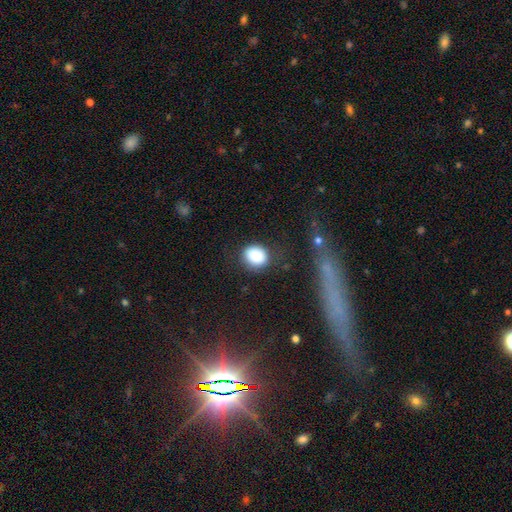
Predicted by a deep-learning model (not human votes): smooth_or_featured: smooth (p=0.87) [alt: star or artifact p=0.08]
how_rounded: round (p=0.62) [alt: in between p=0.36]
merging: none (p=0.76) [alt: minor disturbance p=0.16]